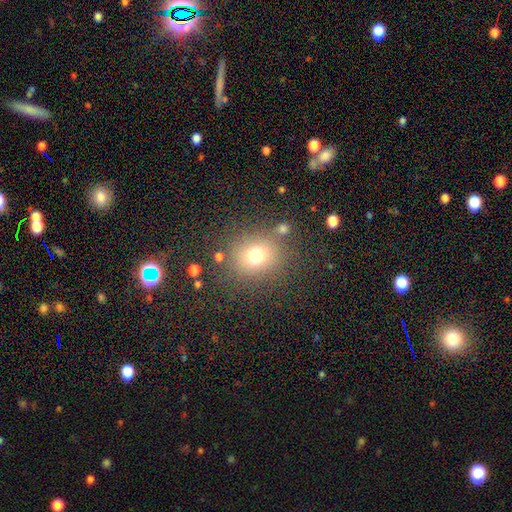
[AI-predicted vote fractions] This appears to be a smooth galaxy with no disk features (73%) that is round (77%). Merging: none (78%).